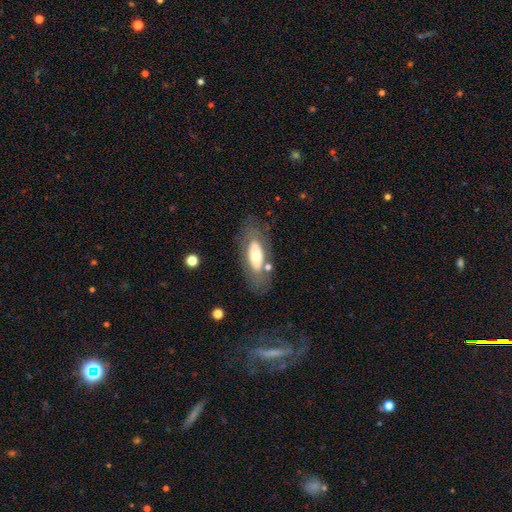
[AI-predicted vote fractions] Smooth or featured? Predicted: smooth (p=0.52). How rounded? Predicted: in between (p=0.81). Merging? Predicted: none (p=0.71).